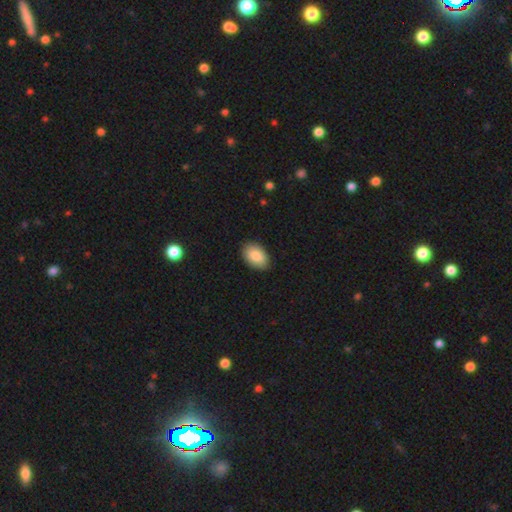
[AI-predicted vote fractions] Overall: smooth (87%). How rounded: in between (90%). Merging: none (88%).